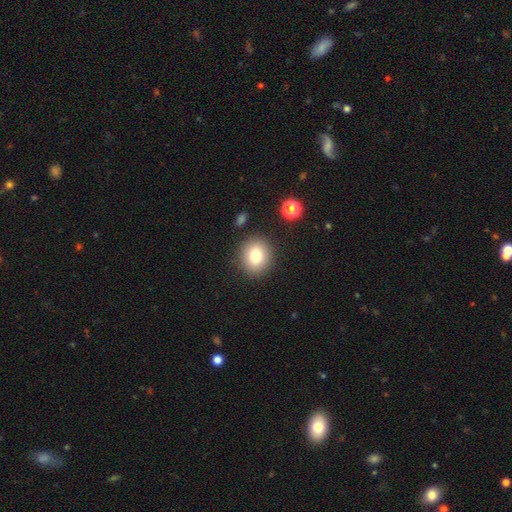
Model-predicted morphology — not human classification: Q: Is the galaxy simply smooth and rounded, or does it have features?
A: smooth — 79%.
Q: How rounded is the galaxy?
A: round — 78%.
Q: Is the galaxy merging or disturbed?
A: none — 87%.